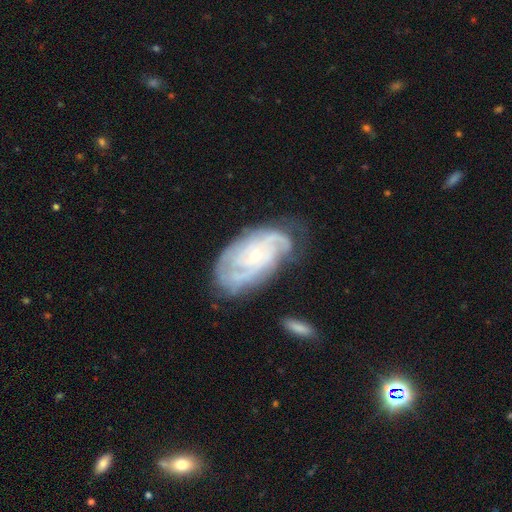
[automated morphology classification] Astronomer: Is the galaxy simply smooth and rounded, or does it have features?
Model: featured or disk — 85%.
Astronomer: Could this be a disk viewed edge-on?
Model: no — 96%.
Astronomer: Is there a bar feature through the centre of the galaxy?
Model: no — 73%.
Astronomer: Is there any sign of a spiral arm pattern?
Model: yes — 95%.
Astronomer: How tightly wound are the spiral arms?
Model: tight — 66%.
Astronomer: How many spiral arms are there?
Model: can't tell — 31% (runner-up: 3, 23%).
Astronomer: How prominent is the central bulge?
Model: small — 75%.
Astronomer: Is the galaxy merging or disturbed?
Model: none — 63%.